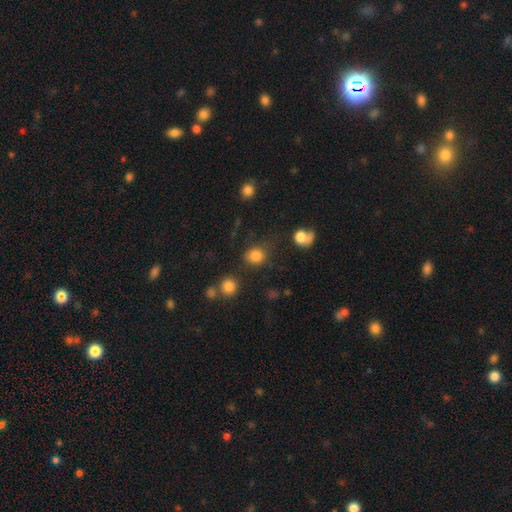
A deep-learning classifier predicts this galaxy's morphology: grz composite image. It shows a smooth galaxy with no disk features (81%) that is round (76%). Merging: none (69%).